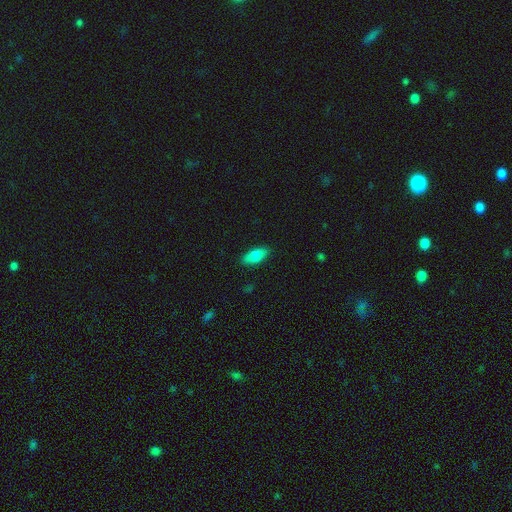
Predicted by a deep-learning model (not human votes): smooth 81%, featured or disk 13%, star or artifact 7%. Down the decision tree: how rounded — in between (83%); merging — none (87%).